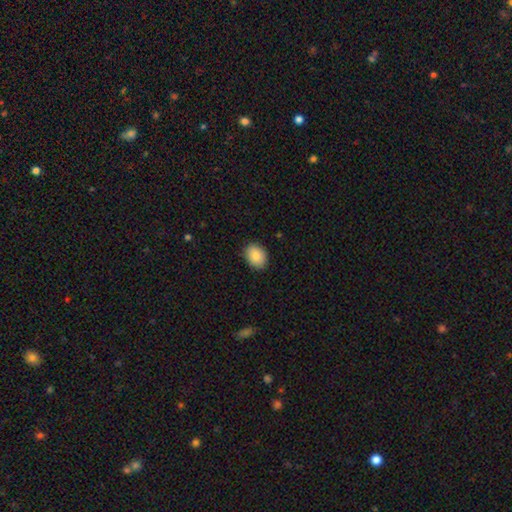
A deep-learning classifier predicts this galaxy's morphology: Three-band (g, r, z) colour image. It shows a smooth galaxy with no disk features (86%) that is in between round and cigar-shaped (67%). Merging: none (87%).